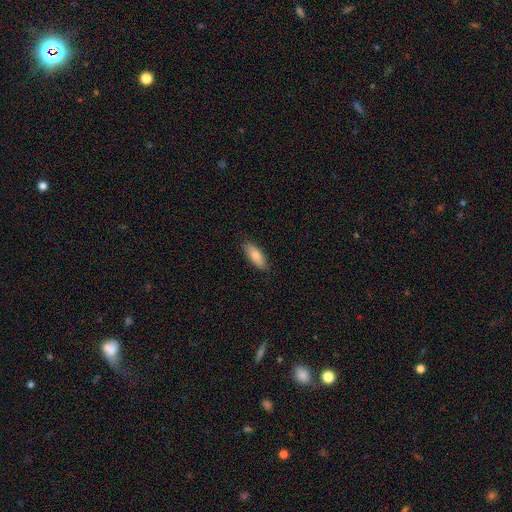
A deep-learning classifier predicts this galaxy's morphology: smooth 83%, featured or disk 11%, star or artifact 6%. Down the decision tree: how rounded — in between (76%); merging — none (86%).